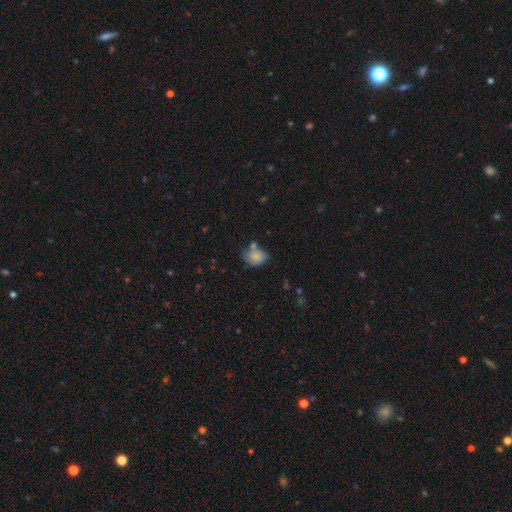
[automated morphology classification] A smooth galaxy with no disk features (78%) that is in between round and cigar-shaped (62%).

Vote fractions:
- Smooth or featured? smooth: 78% / featured or disk: 13% / star or artifact: 9%
- How rounded? in between: 62% / round: 37% / cigar-shaped: 1%
- Merging? none: 47% / minor disturbance: 26% / merger: 18% / major disturbance: 9%